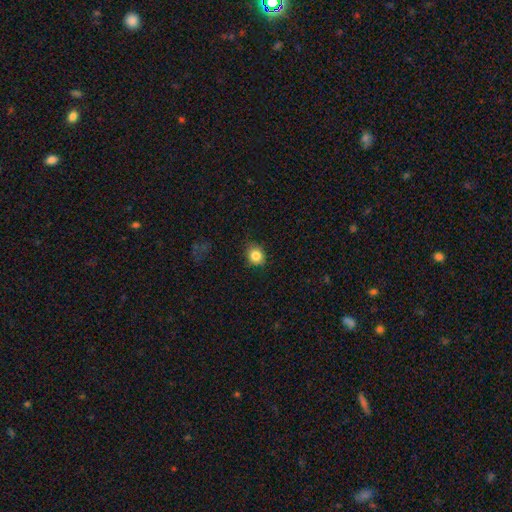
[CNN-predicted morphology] A smooth galaxy with no disk features (84%) that is round (74%).

Vote fractions:
- Smooth or featured? smooth: 84% / star or artifact: 10% / featured or disk: 6%
- How rounded? round: 74% / in between: 25% / cigar-shaped: 1%
- Merging? none: 80% / minor disturbance: 16% / major disturbance: 4% / merger: 1%